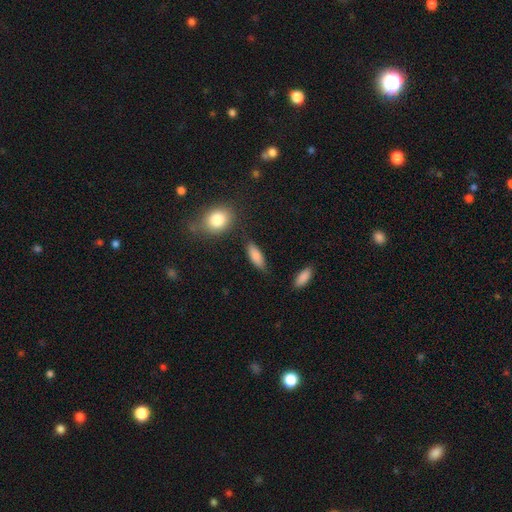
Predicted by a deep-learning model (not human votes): Morphology: type=smooth (82%); roundness=in between (67%); merging=none (77%).